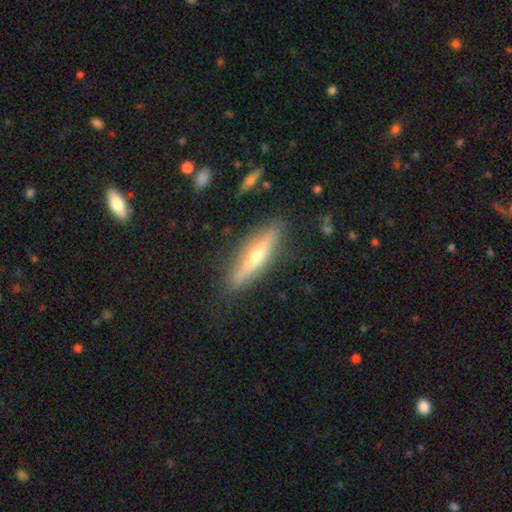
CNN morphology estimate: Smooth or featured? featured or disk (53%)
Edge-on disk? yes (88%)
Merging? none (85%)